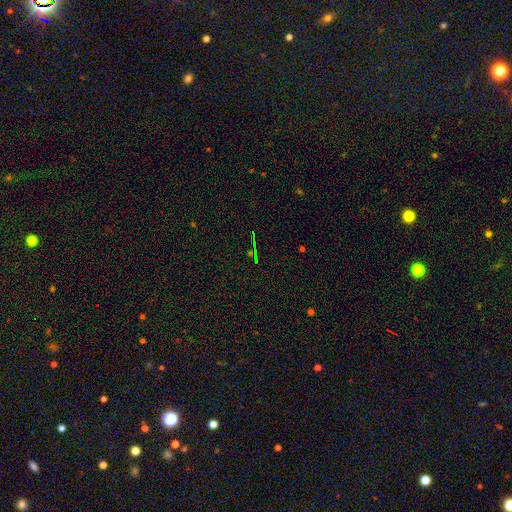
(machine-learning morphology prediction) type=star or artifact (75%).